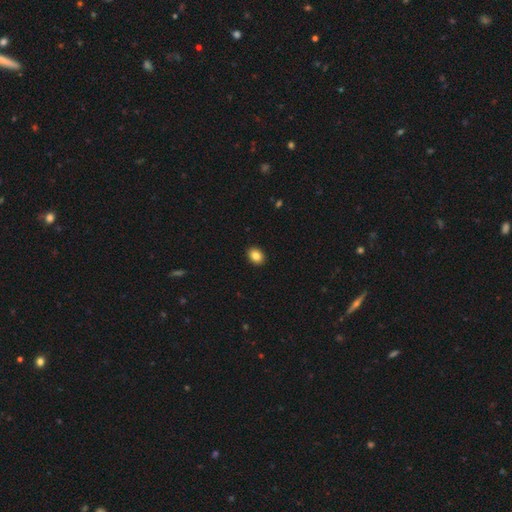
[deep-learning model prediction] The model was most divided on "how rounded": in between: 64%, round: 35%, cigar-shaped: 1%. More confident: merging — none (91%); smooth or featured — smooth (86%).